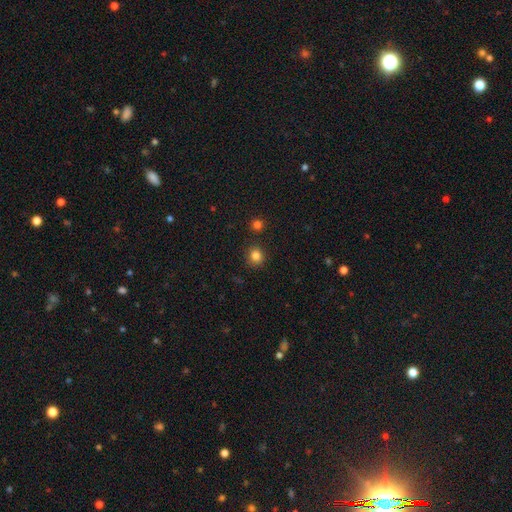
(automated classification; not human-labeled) This appears to be a smooth galaxy with no disk features (83%) that is round (82%). Merging: none (87%).